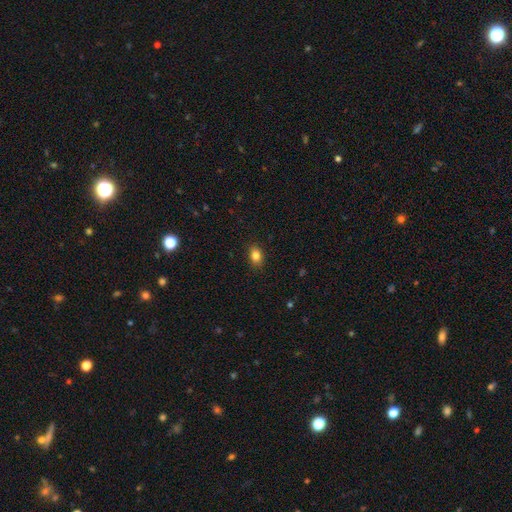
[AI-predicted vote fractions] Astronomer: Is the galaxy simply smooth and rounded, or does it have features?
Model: smooth — 84%.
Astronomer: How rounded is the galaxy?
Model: in between — 77%.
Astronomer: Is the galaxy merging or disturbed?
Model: none — 88%.